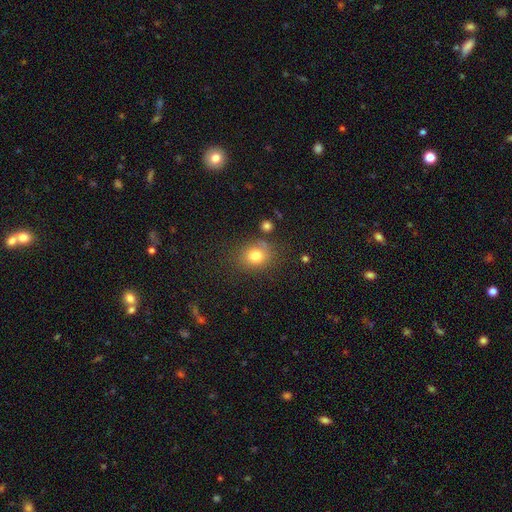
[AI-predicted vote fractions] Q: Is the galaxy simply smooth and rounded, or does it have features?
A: smooth — 79%.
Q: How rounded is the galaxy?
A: round — 61%.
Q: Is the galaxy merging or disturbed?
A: none — 73%.